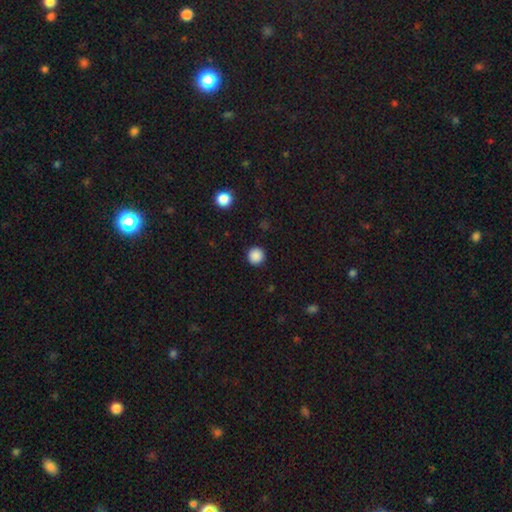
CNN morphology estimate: A smooth galaxy with no disk features (88%) that is round (96%).

Vote fractions:
- Smooth or featured? smooth: 88% / star or artifact: 10% / featured or disk: 2%
- How rounded? round: 96% / in between: 3% / cigar-shaped: 1%
- Merging? none: 92% / minor disturbance: 5% / major disturbance: 2% / merger: 1%